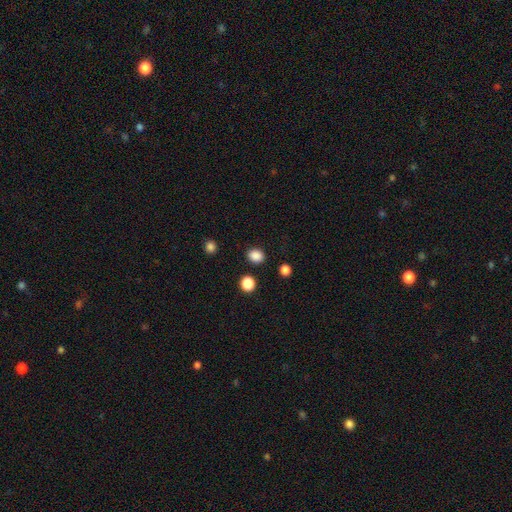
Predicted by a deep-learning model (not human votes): smooth_or_featured: smooth (p=0.86) [alt: star or artifact p=0.11]
how_rounded: round (p=0.54) [alt: in between p=0.46]
merging: none (p=0.86) [alt: minor disturbance p=0.08]